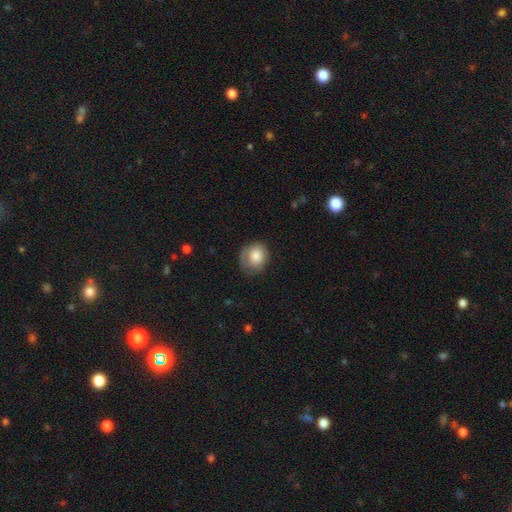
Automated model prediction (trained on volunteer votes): Q: Smooth or featured?
A: smooth (79%); runner-up: featured or disk (14%)
Q: How rounded?
A: round (67%); runner-up: in between (32%)
Q: Merging?
A: none (58%); runner-up: minor disturbance (27%)